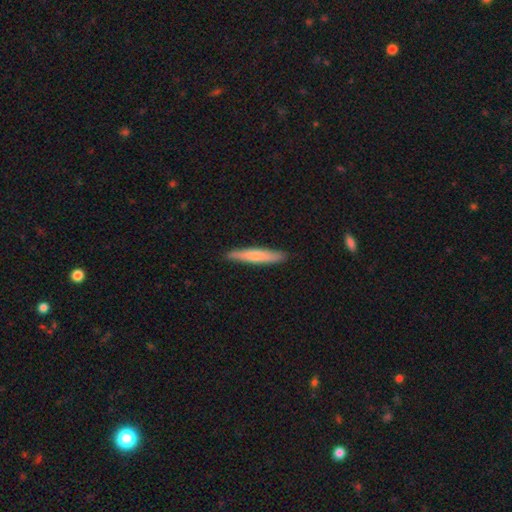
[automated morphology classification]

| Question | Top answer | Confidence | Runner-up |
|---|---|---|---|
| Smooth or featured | smooth | 68% | featured or disk (27%) |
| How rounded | cigar-shaped | 93% | in between (6%) |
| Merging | none | 88% | minor disturbance (9%) |